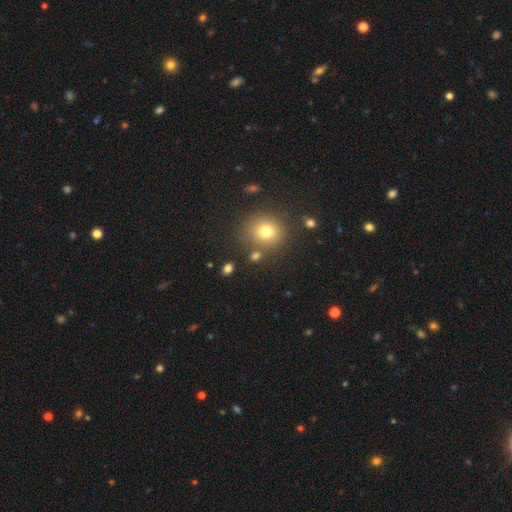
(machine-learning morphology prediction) Smooth or featured? Predicted: smooth (p=0.75). How rounded? Predicted: round (p=0.73). Merging? Predicted: none (p=0.75).